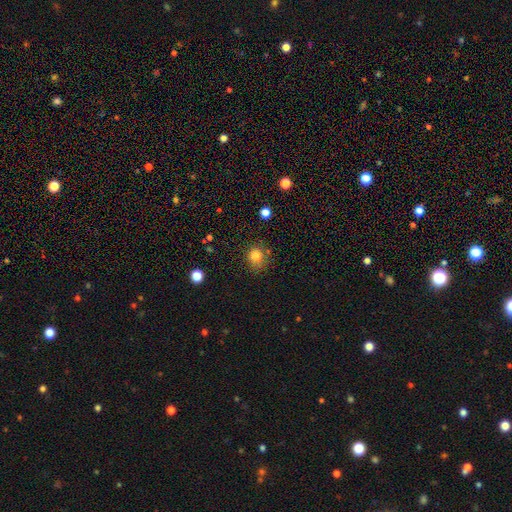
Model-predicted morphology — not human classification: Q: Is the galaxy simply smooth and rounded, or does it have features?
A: smooth — 81%.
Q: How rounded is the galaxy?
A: round — 81%.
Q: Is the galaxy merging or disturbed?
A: none — 74%.